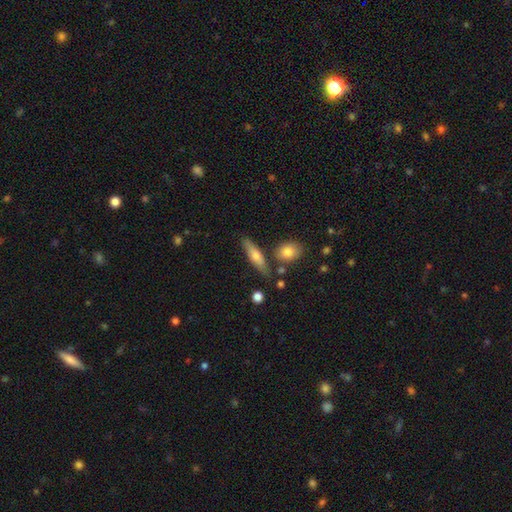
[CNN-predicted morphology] Smooth or featured?
  - smooth: 58% *
  - featured or disk: 35%
  - star or artifact: 7%
How rounded?
  - cigar-shaped: 69% *
  - in between: 28%
  - round: 3%
Merging?
  - none: 77% *
  - minor disturbance: 13%
  - merger: 7%
  - major disturbance: 3%